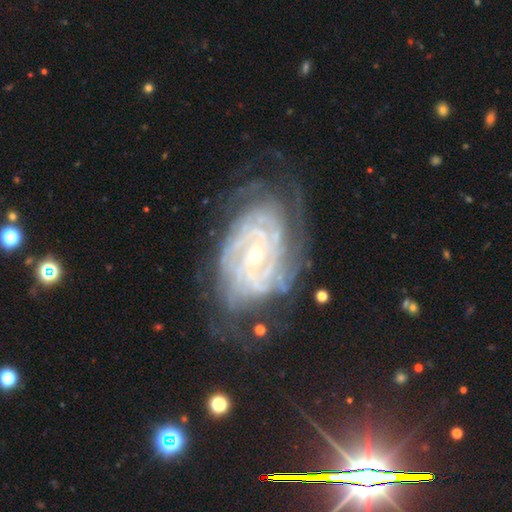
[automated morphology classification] A featured or disk galaxy (90%) with no bar (54%), tight (78%) spiral arms (98%) and a small central bulge (72%).

Vote fractions:
- Smooth or featured? featured or disk: 90% / star or artifact: 6% / smooth: 4%
- Edge-on disk? no: 96% / yes: 4%
- Bar? no: 54% / weak: 32% / strong: 14%
- Spiral arms? yes: 98% / no: 2%
- Spiral winding? tight: 78% / medium: 19% / loose: 3%
- Spiral arm count? can't tell: 27% / 4: 20% / 2: 16% / more than 4: 15% / 3: 14% / 1: 7%
- Bulge size? small: 72% / moderate: 24% / large: 1% / none: 1% / dominant: 1%
- Merging? none: 68% / minor disturbance: 20% / major disturbance: 10% / merger: 2%